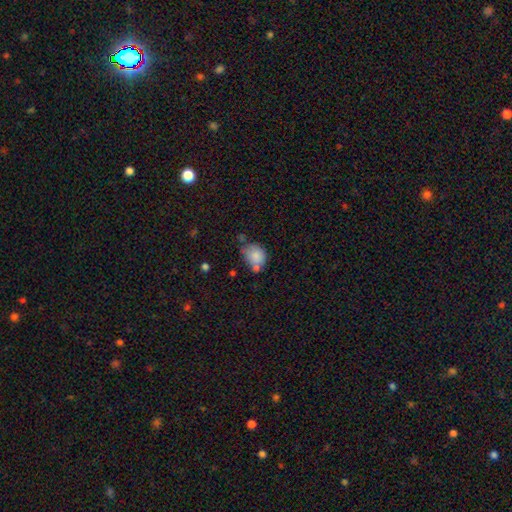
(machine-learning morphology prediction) A smooth galaxy with no disk features (82%) that is round (53%). Merging: none (47%).